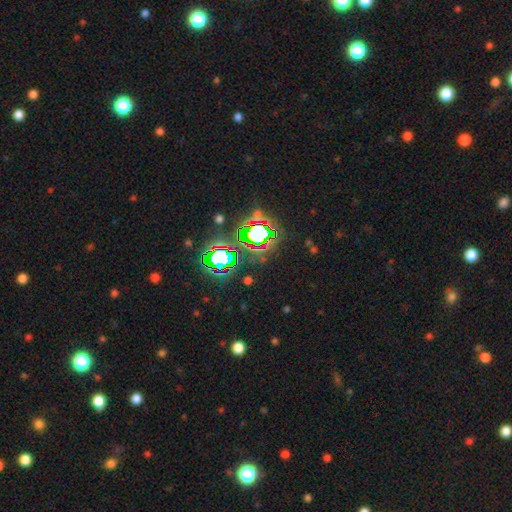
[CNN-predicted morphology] A star or artifact, not a galaxy (77%).